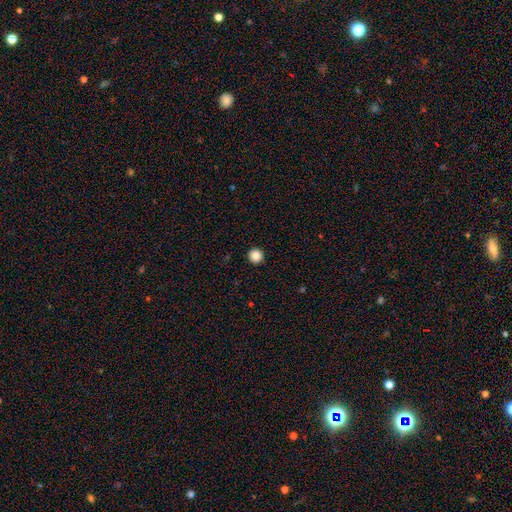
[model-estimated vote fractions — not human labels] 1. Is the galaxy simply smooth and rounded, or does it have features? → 87% smooth, 10% star or artifact, 3% featured or disk.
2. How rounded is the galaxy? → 96% round, 3% in between, 1% cigar-shaped.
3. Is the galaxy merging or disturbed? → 94% none, 4% minor disturbance, 1% major disturbance, 1% merger.